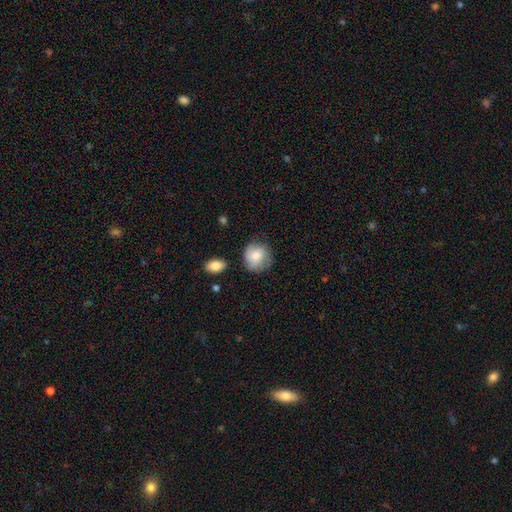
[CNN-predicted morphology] Smooth or featured? Predicted: smooth (p=0.77). How rounded? Predicted: round (p=0.86). Merging? Predicted: none (p=0.72).